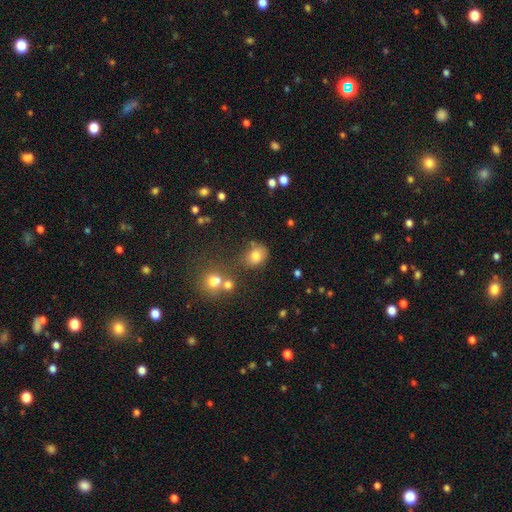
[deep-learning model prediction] The model was most divided on "how rounded": round: 56%, in between: 43%, cigar-shaped: 1%. More confident: smooth or featured — smooth (76%); merging — none (64%).